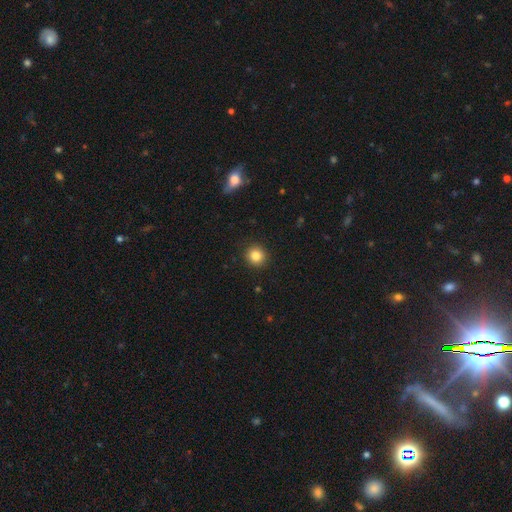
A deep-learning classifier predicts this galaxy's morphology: A smooth galaxy with no disk features (84%) that is round (92%).

Vote fractions:
- Smooth or featured? smooth: 84% / star or artifact: 11% / featured or disk: 6%
- How rounded? round: 92% / in between: 7% / cigar-shaped: 1%
- Merging? none: 92% / minor disturbance: 5% / major disturbance: 2% / merger: 1%